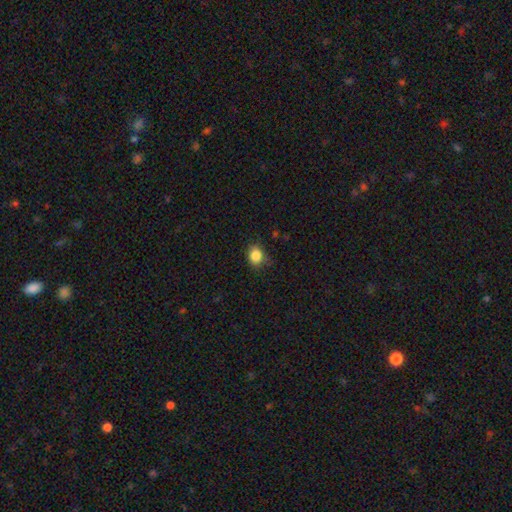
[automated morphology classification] The model was most divided on "how rounded": round: 59%, in between: 40%, cigar-shaped: 1%. More confident: smooth or featured — smooth (85%); merging — none (75%).